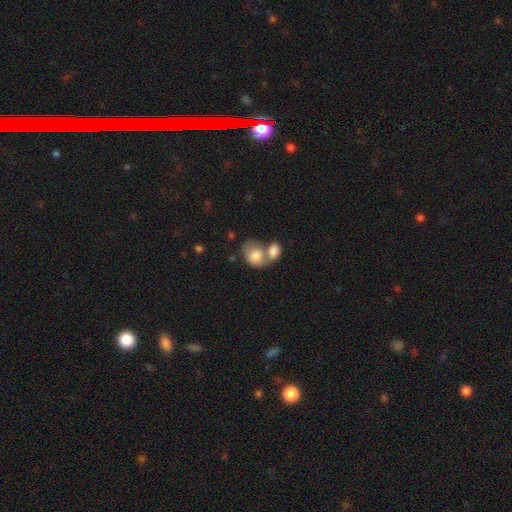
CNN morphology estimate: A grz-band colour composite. It shows a smooth galaxy with no disk features (80%) that is in between round and cigar-shaped (70%). Merging: merger (64%).